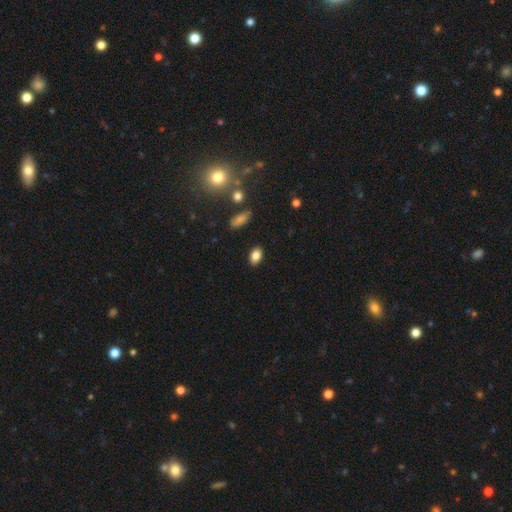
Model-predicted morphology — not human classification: Overall: smooth (84%). How rounded: in between (88%). Merging: none (88%).